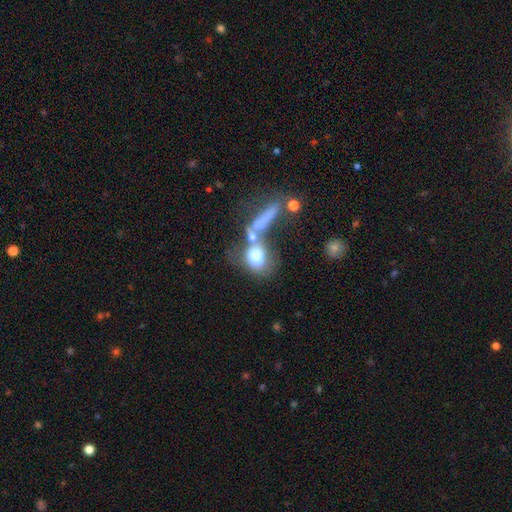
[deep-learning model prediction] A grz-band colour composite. It shows a smooth galaxy with no disk features (68%) that is in between round and cigar-shaped (61%). Merging: merger (50%).